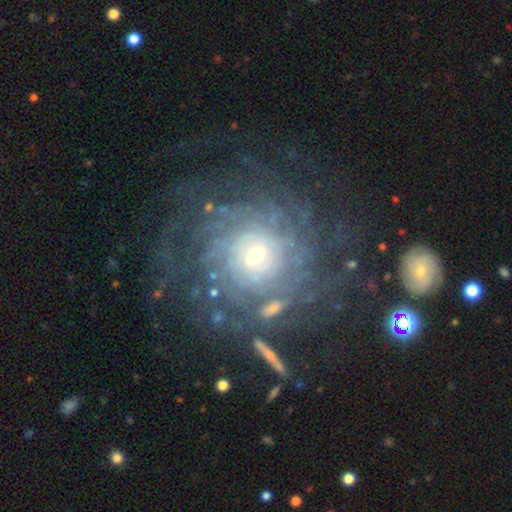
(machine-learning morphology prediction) Q: Smooth or featured?
A: featured or disk (83%); runner-up: smooth (9%)
Q: Edge-on disk?
A: no (97%); runner-up: yes (3%)
Q: Bar?
A: no (73%); runner-up: weak (21%)
Q: Spiral arms?
A: yes (93%); runner-up: no (7%)
Q: Spiral winding?
A: tight (75%); runner-up: medium (18%)
Q: Spiral arm count?
A: can't tell (34%); runner-up: more than 4 (29%)
Q: Bulge size?
A: small (63%); runner-up: moderate (30%)
Q: Merging?
A: none (71%); runner-up: minor disturbance (13%)